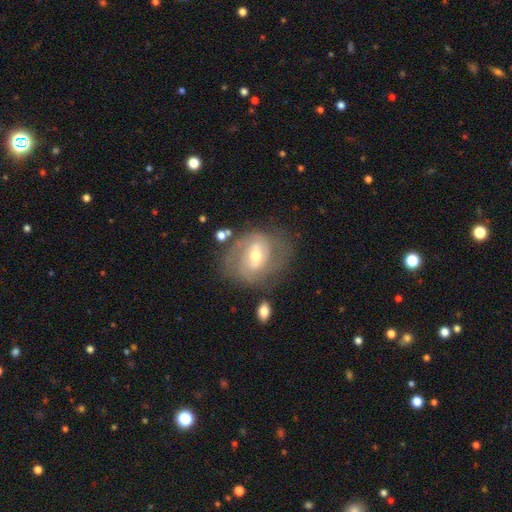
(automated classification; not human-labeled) Smooth or featured? Predicted: featured or disk (p=0.74). Edge-on disk? Predicted: no (p=0.96). Bar? Predicted: weak (p=0.48). Spiral arms? Predicted: yes (p=0.79). Spiral winding? Predicted: tight (p=0.44). Spiral arm count? Predicted: 2 (p=0.57). Bulge size? Predicted: moderate (p=0.61). Merging? Predicted: none (p=0.62).